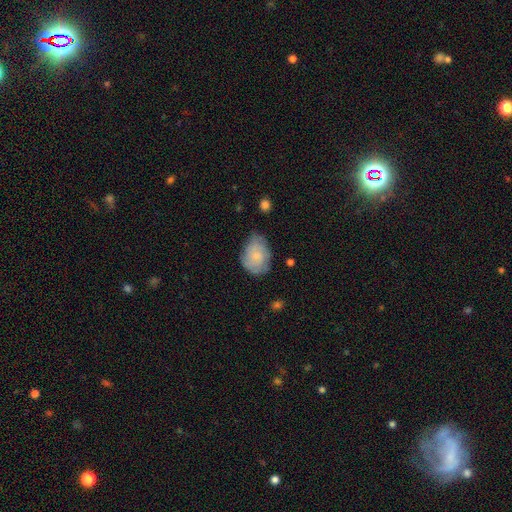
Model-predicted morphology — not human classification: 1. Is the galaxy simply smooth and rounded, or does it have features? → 64% smooth, 29% featured or disk, 7% star or artifact.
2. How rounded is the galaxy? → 72% in between, 27% round, 1% cigar-shaped.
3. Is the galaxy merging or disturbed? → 58% none, 32% minor disturbance, 8% major disturbance, 2% merger.